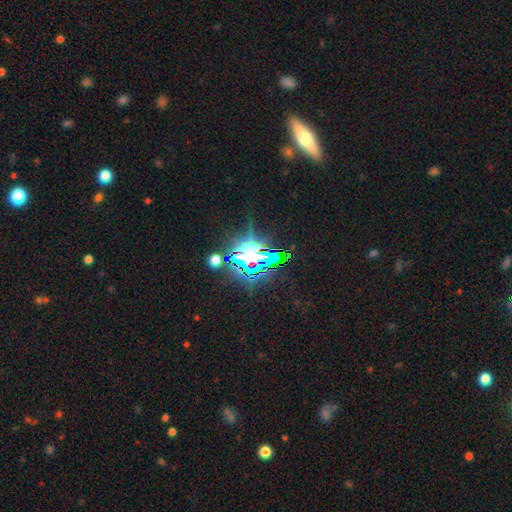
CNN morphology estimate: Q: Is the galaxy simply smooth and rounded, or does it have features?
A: star or artifact — 76%.